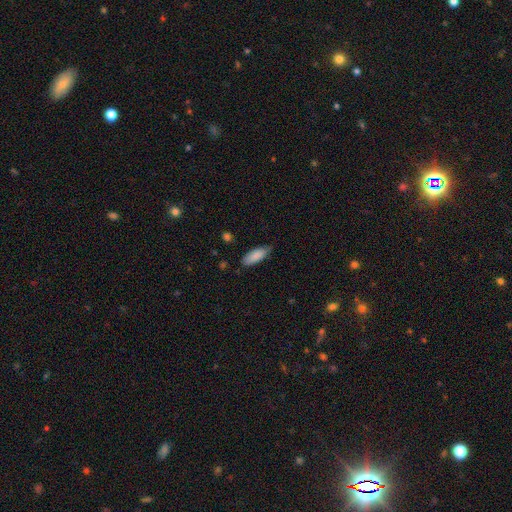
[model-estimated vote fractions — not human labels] smooth-or-featured: smooth: 87% | featured or disk: 7% | star or artifact: 6%
  how-rounded: in between: 74% | cigar-shaped: 24% | round: 2%
  merging: none: 69% | minor disturbance: 26% | major disturbance: 4% | merger: 1%